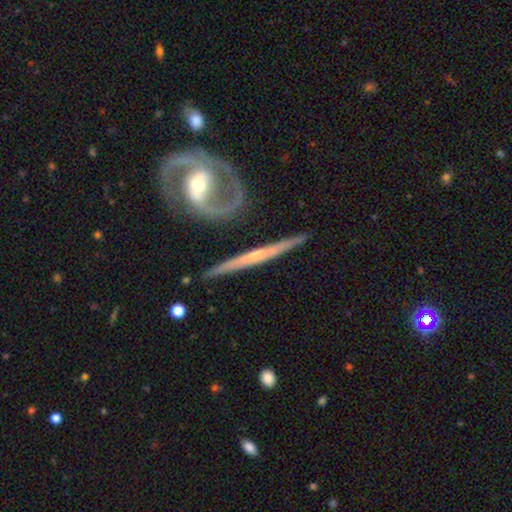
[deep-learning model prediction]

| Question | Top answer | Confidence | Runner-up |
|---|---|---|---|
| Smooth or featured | featured or disk | 70% | smooth (26%) |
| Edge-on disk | yes | 88% | no (12%) |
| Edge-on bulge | none | 65% | rounded (27%) |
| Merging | none | 83% | minor disturbance (10%) |